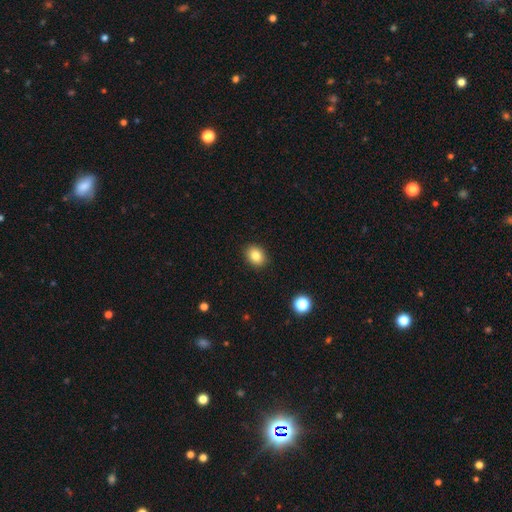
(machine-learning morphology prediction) Smooth or featured? Predicted: smooth (p=0.84). How rounded? Predicted: in between (p=0.57). Merging? Predicted: none (p=0.90).